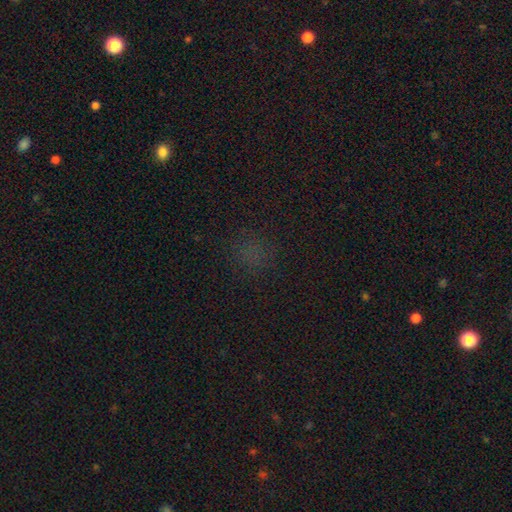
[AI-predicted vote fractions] Morphology: type=smooth (52%); roundness=round (84%); merging=none (84%).